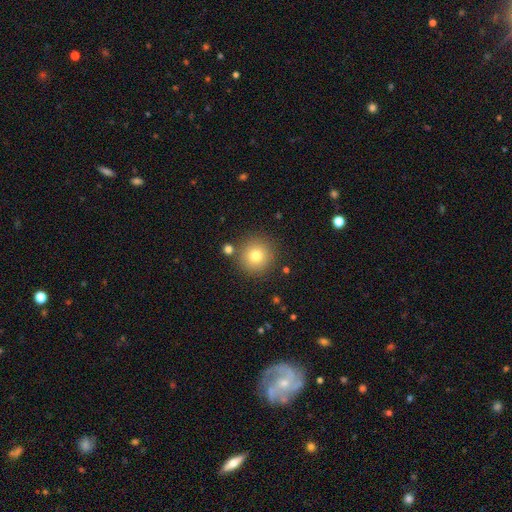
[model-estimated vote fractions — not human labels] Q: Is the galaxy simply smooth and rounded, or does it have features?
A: smooth — 78%.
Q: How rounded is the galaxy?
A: round — 95%.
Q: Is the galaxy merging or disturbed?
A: none — 84%.